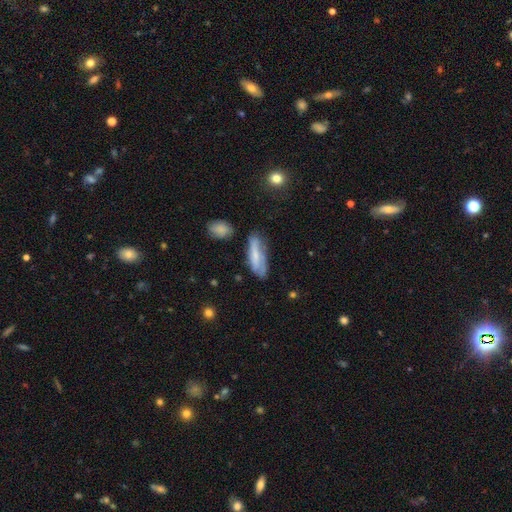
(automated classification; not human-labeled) Q: Smooth or featured?
A: smooth (52%); runner-up: featured or disk (40%)
Q: How rounded?
A: in between (53%); runner-up: cigar-shaped (45%)
Q: Merging?
A: none (56%); runner-up: minor disturbance (27%)